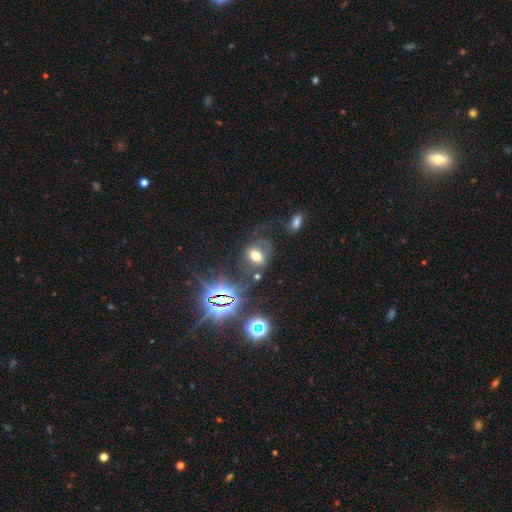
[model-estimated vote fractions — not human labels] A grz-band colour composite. It shows a smooth galaxy with no disk features (42%). Merging: none (46%).